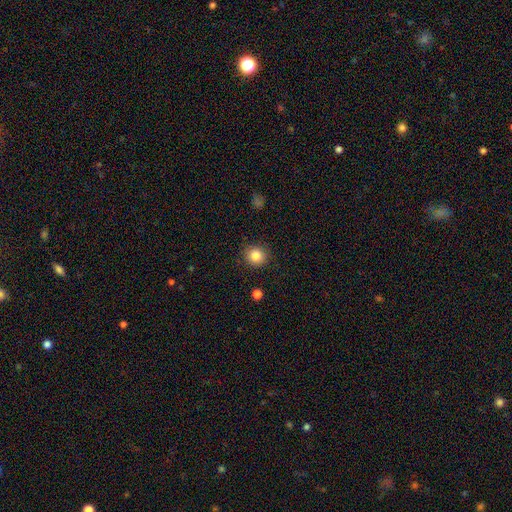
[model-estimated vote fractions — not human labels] Smooth or featured? Predicted: smooth (p=0.84). How rounded? Predicted: round (p=0.89). Merging? Predicted: none (p=0.90).